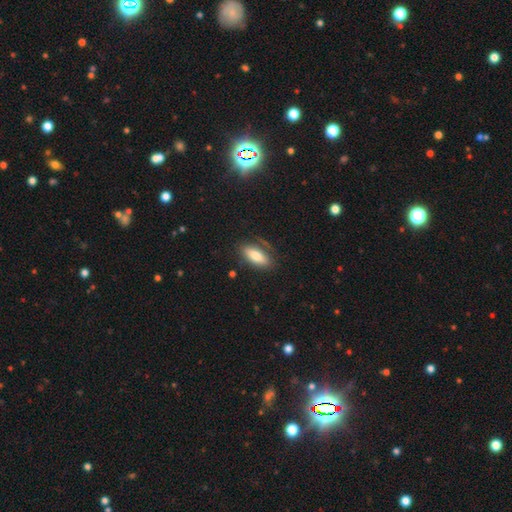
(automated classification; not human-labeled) This is likely a smooth galaxy (75%). How rounded: likely in between (79%). Merging: likely none (71%).